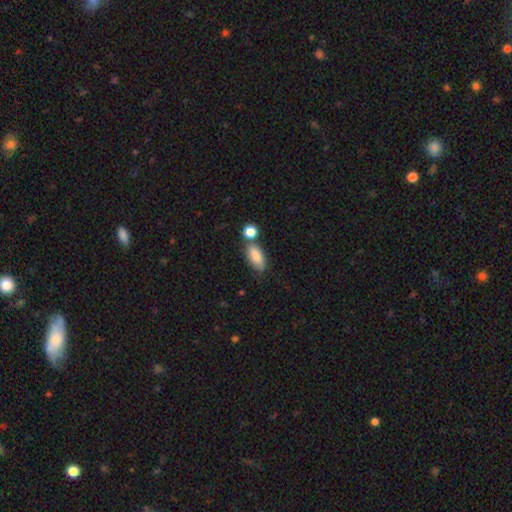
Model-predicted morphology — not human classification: Q: Smooth or featured?
A: smooth (86%); runner-up: star or artifact (7%)
Q: How rounded?
A: in between (85%); runner-up: cigar-shaped (10%)
Q: Merging?
A: none (59%); runner-up: merger (20%)